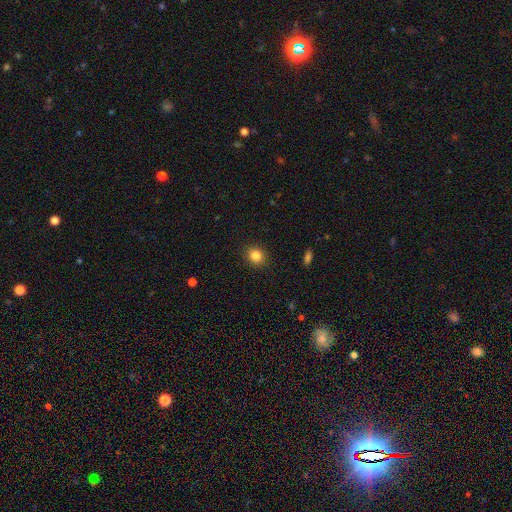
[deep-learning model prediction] This is clearly a smooth galaxy (84%). How rounded: likely round (76%). Merging: clearly none (90%).